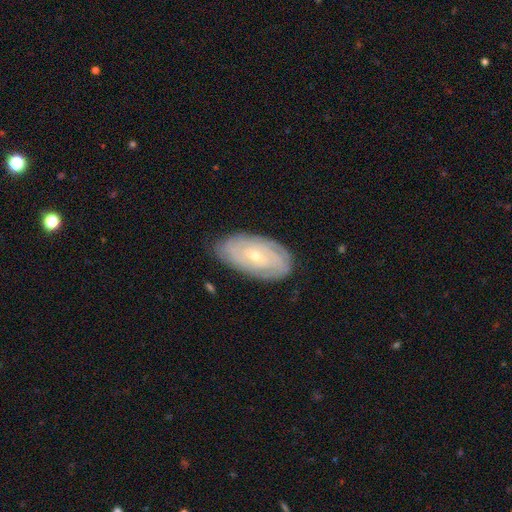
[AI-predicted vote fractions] Smooth or featured? featured or disk (78%)
Edge-on disk? no (94%)
Bar? no (61%)
Spiral arms? yes (90%)
Spiral winding? tight (80%)
Spiral arm count? can't tell (48%)
Bulge size? small (67%)
Merging? none (81%)